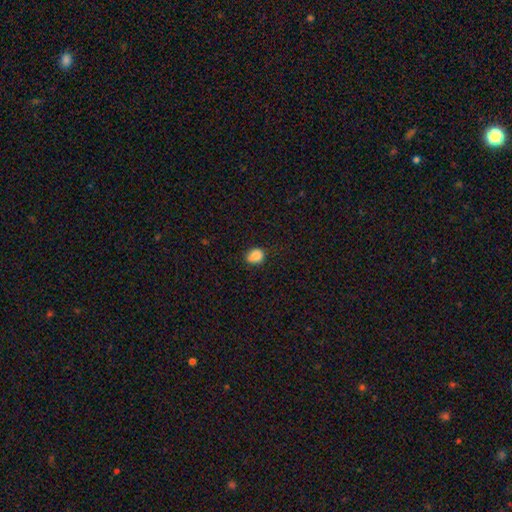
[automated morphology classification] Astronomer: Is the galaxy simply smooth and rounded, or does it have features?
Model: smooth — 86%.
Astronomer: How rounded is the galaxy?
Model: in between — 54% (runner-up: round, 45%).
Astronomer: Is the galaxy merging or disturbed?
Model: none — 71%.